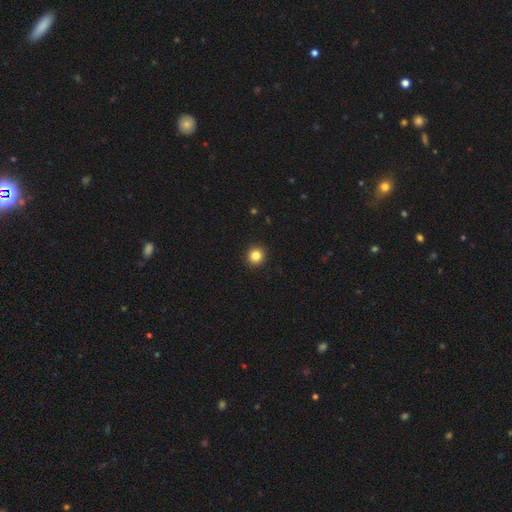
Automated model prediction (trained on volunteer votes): This is clearly a smooth galaxy (84%). How rounded: clearly round (93%). Merging: clearly none (93%).